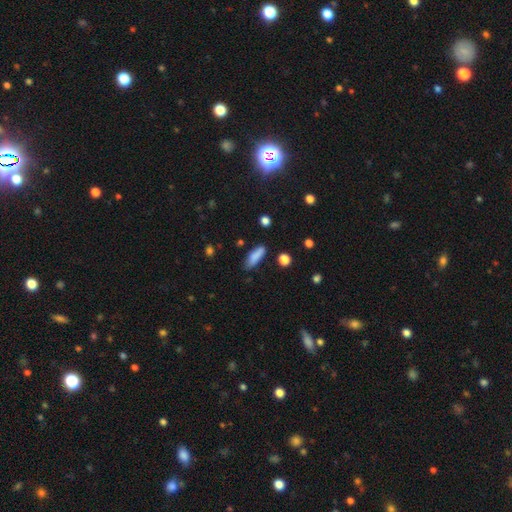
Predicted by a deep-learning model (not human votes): smooth-or-featured: smooth: 85% | featured or disk: 8% | star or artifact: 8%
  how-rounded: cigar-shaped: 51% | in between: 47% | round: 2%
  merging: none: 73% | minor disturbance: 20% | major disturbance: 4% | merger: 3%